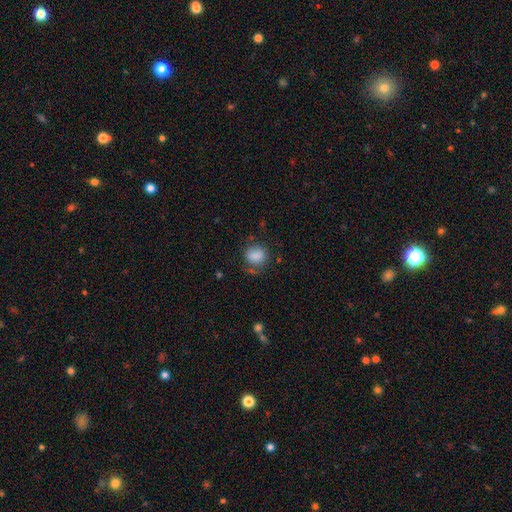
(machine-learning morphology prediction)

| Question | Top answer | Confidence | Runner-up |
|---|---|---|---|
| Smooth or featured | smooth | 84% | star or artifact (9%) |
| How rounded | round | 67% | in between (32%) |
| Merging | none | 65% | minor disturbance (21%) |